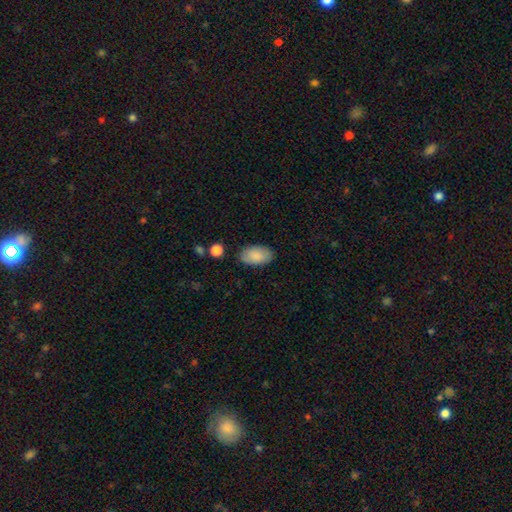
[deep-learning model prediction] Smooth or featured: smooth — 86% (featured or disk — 8%)
How rounded: in between — 94% (round — 4%)
Merging: none — 82% (minor disturbance — 13%)